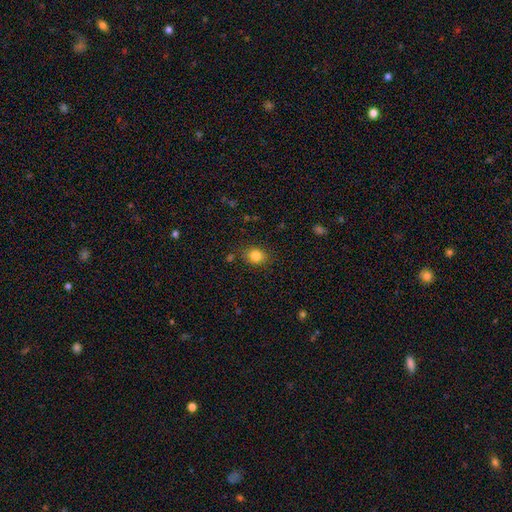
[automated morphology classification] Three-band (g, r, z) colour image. It shows a smooth galaxy with no disk features (83%) that is round (56%). Merging: none (84%).